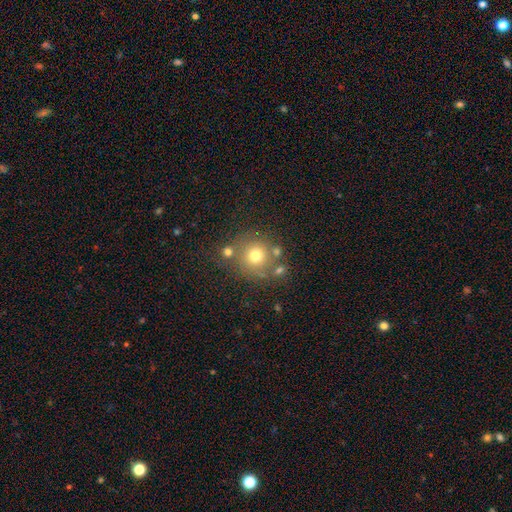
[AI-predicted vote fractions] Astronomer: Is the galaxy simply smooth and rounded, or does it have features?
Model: smooth — 70%.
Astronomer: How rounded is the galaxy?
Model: round — 91%.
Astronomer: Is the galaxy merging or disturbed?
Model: none — 69%.